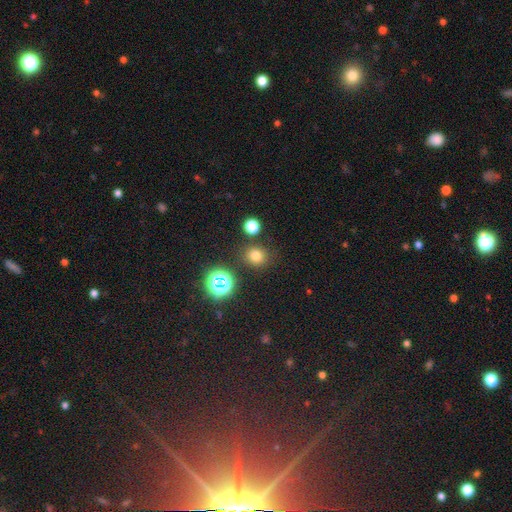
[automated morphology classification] Smooth or featured? Predicted: smooth (p=0.72). How rounded? Predicted: round (p=0.82). Merging? Predicted: none (p=0.82).